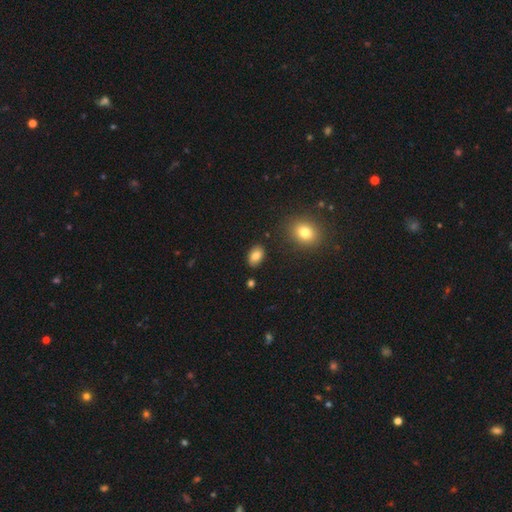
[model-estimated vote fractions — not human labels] Morphology: type=smooth (83%); roundness=in between (87%); merging=none (86%).